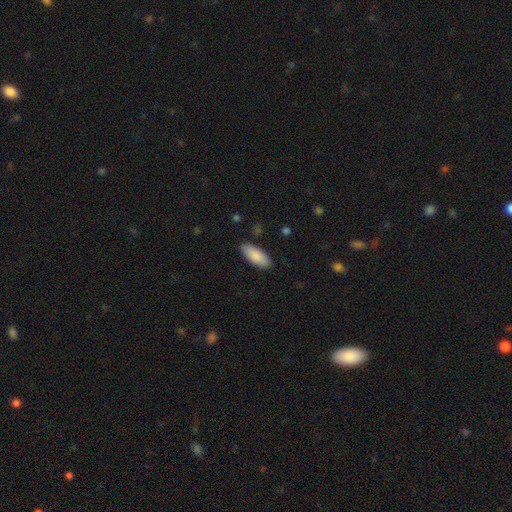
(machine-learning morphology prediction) Smooth or featured? smooth (88%)
How rounded? in between (83%)
Merging? none (88%)